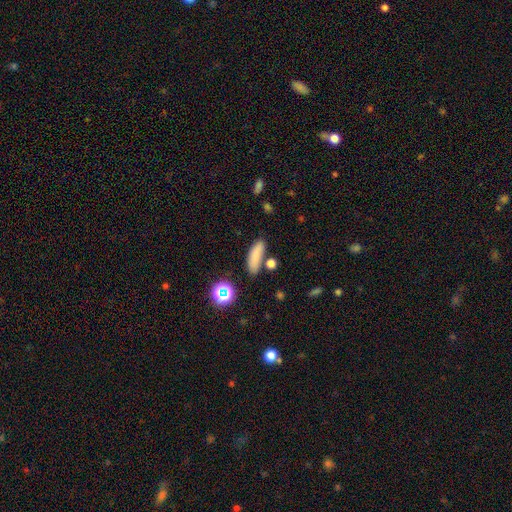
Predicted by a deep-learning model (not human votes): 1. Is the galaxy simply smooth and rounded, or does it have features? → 79% smooth, 12% star or artifact, 9% featured or disk.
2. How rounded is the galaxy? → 55% in between, 40% cigar-shaped, 4% round.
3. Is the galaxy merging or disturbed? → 73% none, 14% minor disturbance, 10% merger, 4% major disturbance.